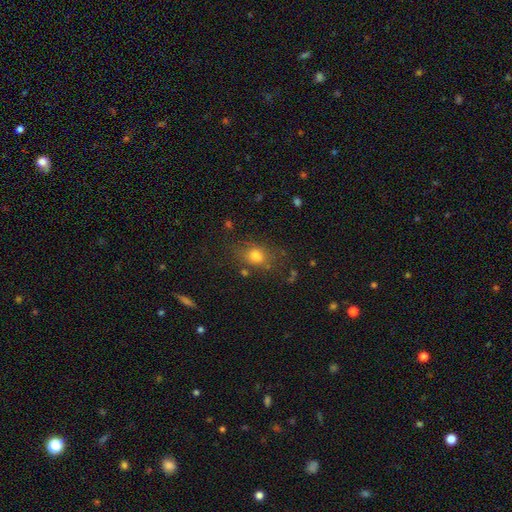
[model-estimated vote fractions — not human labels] smooth-or-featured: smooth: 75% | star or artifact: 14% | featured or disk: 11%
  how-rounded: in between: 58% | round: 40% | cigar-shaped: 2%
  merging: none: 70% | minor disturbance: 18% | major disturbance: 8% | merger: 4%